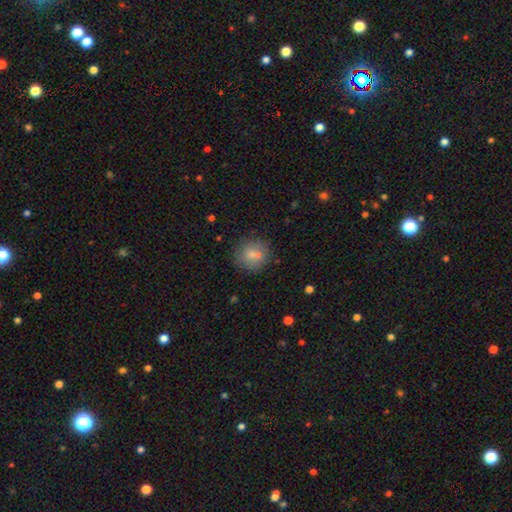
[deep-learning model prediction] Smooth or featured: smooth — 75% (featured or disk — 14%)
How rounded: round — 85% (in between — 14%)
Merging: none — 71% (merger — 13%)